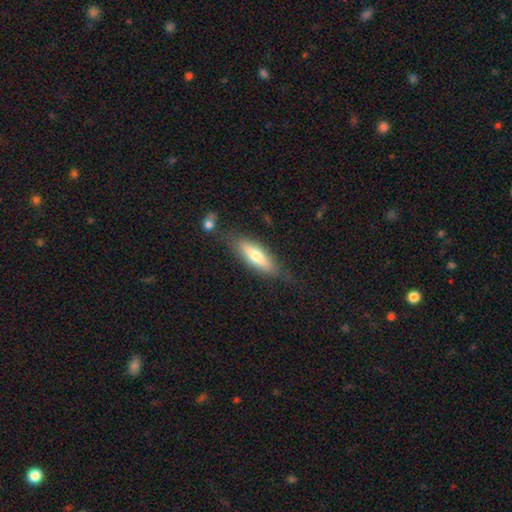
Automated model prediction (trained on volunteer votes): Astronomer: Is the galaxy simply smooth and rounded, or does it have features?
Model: smooth — 59% (runner-up: featured or disk, 34%).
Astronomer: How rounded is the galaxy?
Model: cigar-shaped — 53% (runner-up: in between, 45%).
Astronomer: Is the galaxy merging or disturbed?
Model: none — 73%.